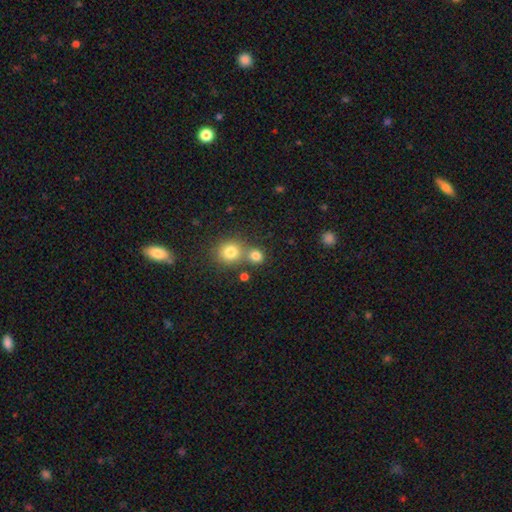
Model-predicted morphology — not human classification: This appears to be a smooth galaxy with no disk features (80%) that is round (84%). Merging: none (57%).